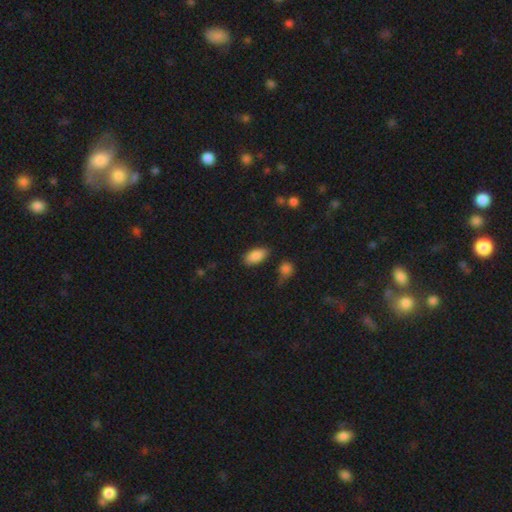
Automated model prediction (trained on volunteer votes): smooth_or_featured: smooth (p=0.86) [alt: star or artifact p=0.08]
how_rounded: in between (p=0.92) [alt: cigar-shaped p=0.04]
merging: none (p=0.79) [alt: minor disturbance p=0.14]